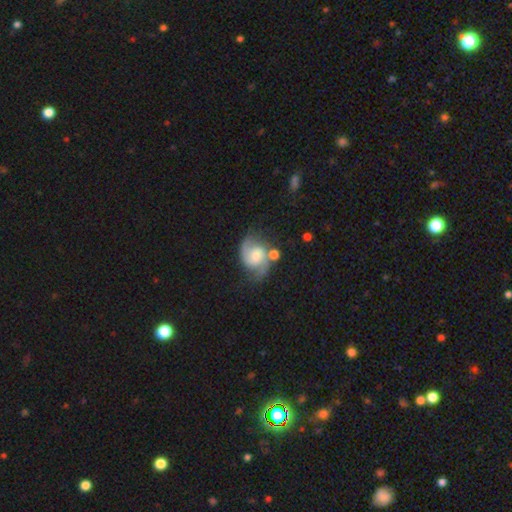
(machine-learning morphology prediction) Smooth or featured? Predicted: featured or disk (p=0.81). Edge-on disk? Predicted: no (p=0.98). Bar? Predicted: no (p=0.57). Spiral arms? Predicted: yes (p=0.96). Spiral winding? Predicted: medium (p=0.53). Spiral arm count? Predicted: 2 (p=0.91). Bulge size? Predicted: moderate (p=0.33). Merging? Predicted: none (p=0.60).